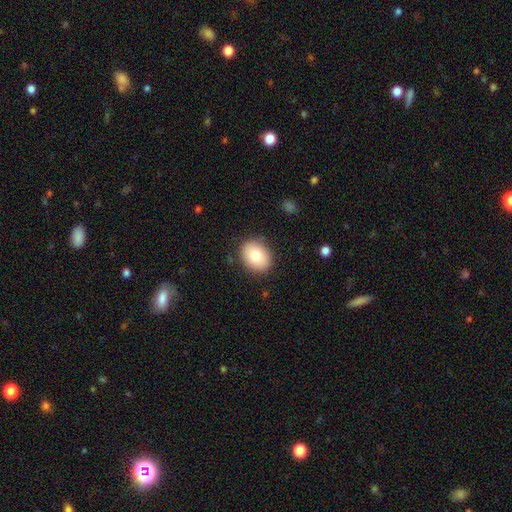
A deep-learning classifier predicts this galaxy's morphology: Smooth or featured?
  - smooth: 81% *
  - featured or disk: 12%
  - star or artifact: 8%
How rounded?
  - in between: 56% *
  - round: 43%
  - cigar-shaped: 1%
Merging?
  - none: 86% *
  - minor disturbance: 10%
  - major disturbance: 3%
  - merger: 1%